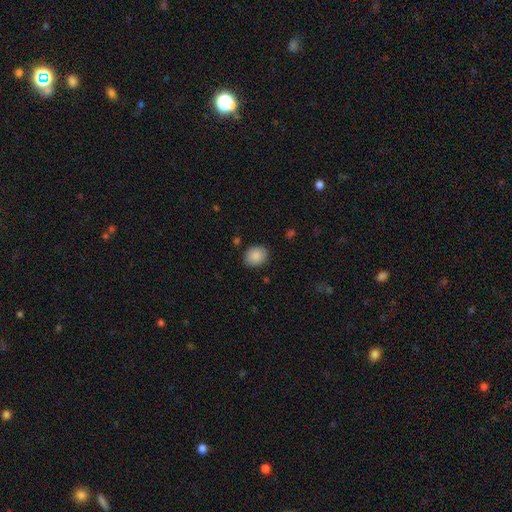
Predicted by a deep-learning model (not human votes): Smooth or featured? smooth (89%)
How rounded? in between (52%)
Merging? none (86%)